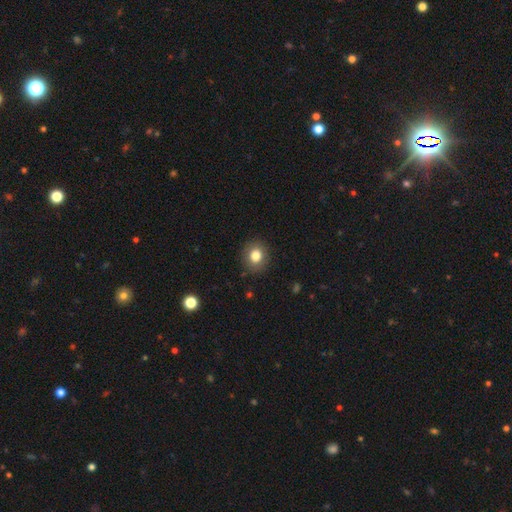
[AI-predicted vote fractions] Smooth or featured? smooth (82%)
How rounded? round (77%)
Merging? none (89%)